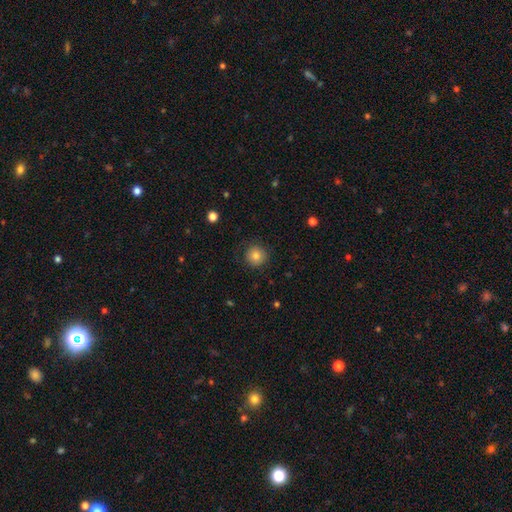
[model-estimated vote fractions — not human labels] Morphology: type=smooth (80%); roundness=round (94%); merging=none (83%).